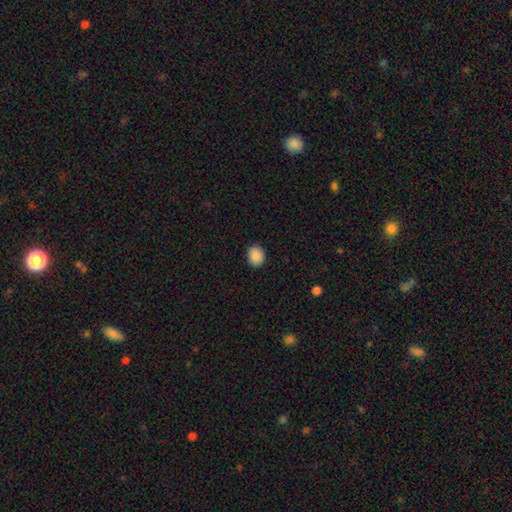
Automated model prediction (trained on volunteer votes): A smooth galaxy with no disk features (89%) that is round (61%). Merging: none (89%).